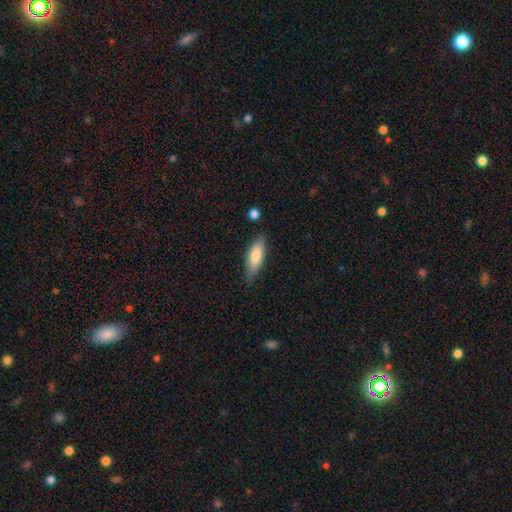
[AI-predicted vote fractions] This appears to be a smooth galaxy with no disk features (77%) that is in between round and cigar-shaped (59%). Merging: none (79%).